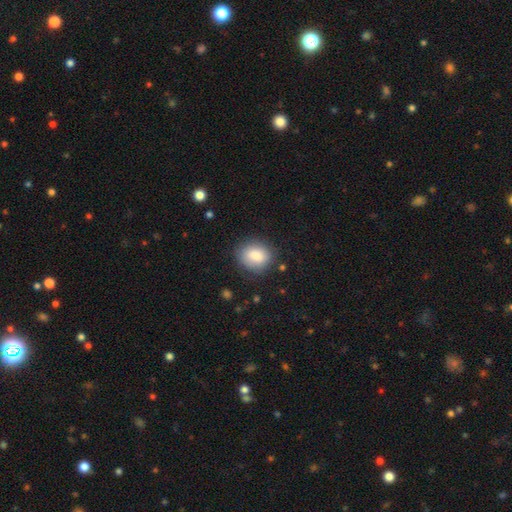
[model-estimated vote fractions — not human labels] smooth-or-featured: smooth: 84% | featured or disk: 8% | star or artifact: 8%
  how-rounded: round: 55% | in between: 44% | cigar-shaped: 1%
  merging: none: 78% | minor disturbance: 15% | major disturbance: 5% | merger: 2%